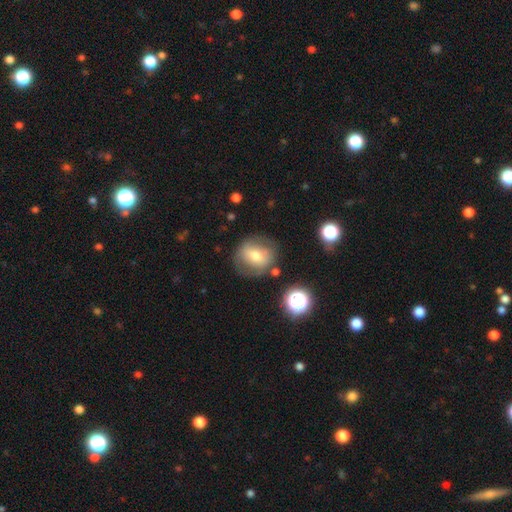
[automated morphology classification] This is possibly a smooth galaxy (56%). How rounded: likely round (74%). Merging: likely none (70%).